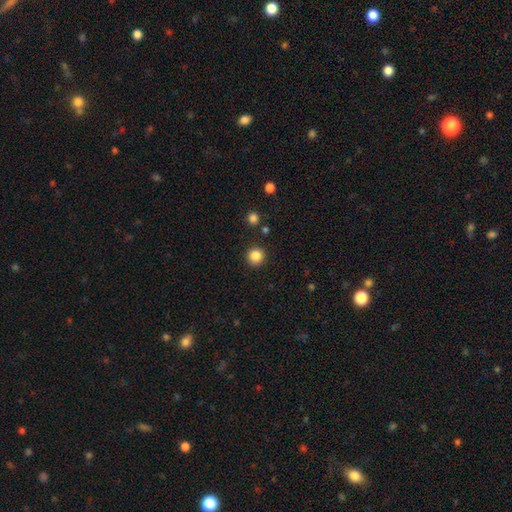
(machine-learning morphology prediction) smooth 85%, star or artifact 11%, featured or disk 4%. Down the decision tree: how rounded — round (95%); merging — none (91%).